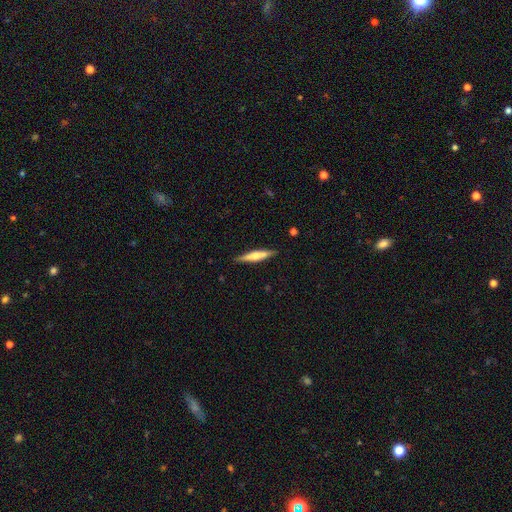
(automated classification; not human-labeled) This appears to be a featured or disk galaxy (51%) viewed edge-on (95%). Merging: none (88%).